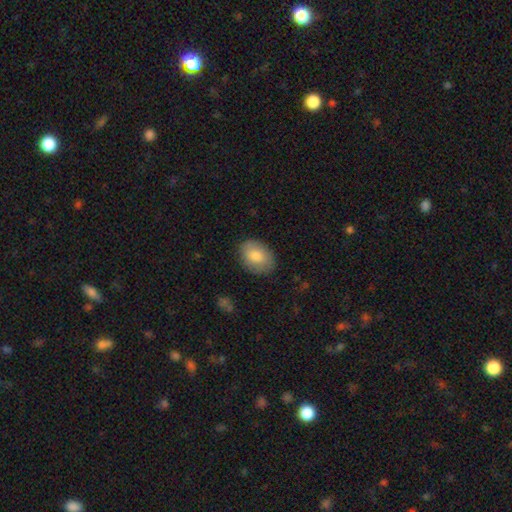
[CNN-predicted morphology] This appears to be a smooth galaxy with no disk features (80%) that is in between round and cigar-shaped (76%). Merging: none (84%).